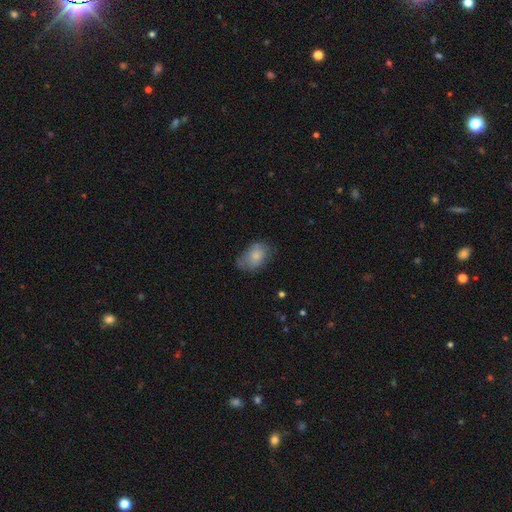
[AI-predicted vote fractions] smooth_or_featured: smooth (p=0.79) [alt: featured or disk p=0.14]
how_rounded: in between (p=0.85) [alt: round p=0.14]
merging: none (p=0.52) [alt: minor disturbance p=0.34]